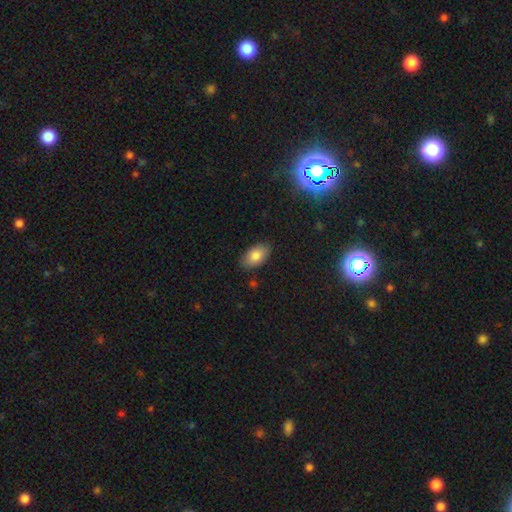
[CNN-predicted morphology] Smooth or featured: smooth — 83% (featured or disk — 10%)
How rounded: in between — 93% (round — 5%)
Merging: none — 85% (minor disturbance — 11%)